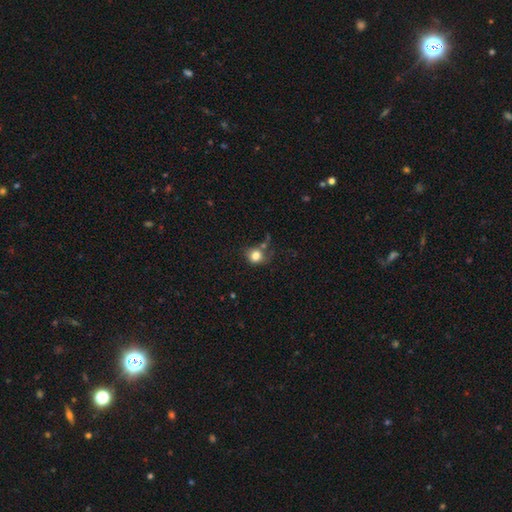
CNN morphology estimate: Smooth or featured?
  - smooth: 81% *
  - star or artifact: 11%
  - featured or disk: 8%
How rounded?
  - round: 76% *
  - in between: 23%
  - cigar-shaped: 1%
Merging?
  - none: 57% *
  - minor disturbance: 21%
  - merger: 12%
  - major disturbance: 10%